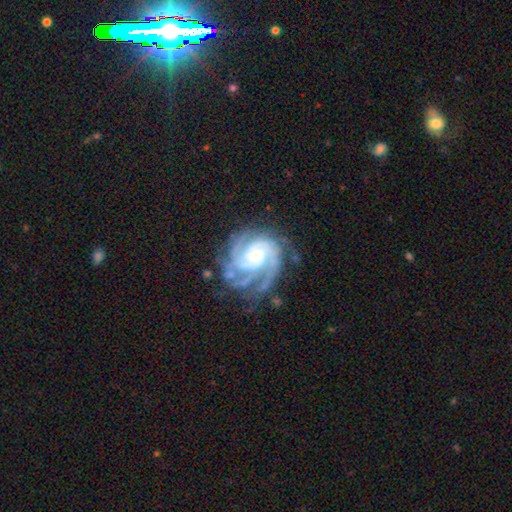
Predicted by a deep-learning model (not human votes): The model was most divided on "spiral arm count": 3: 32%, 4: 25%, can't tell: 15%, 2: 13%, more than 4: 8%, 1: 6%. More confident: spiral arms — yes (98%); edge-on disk — no (98%); smooth or featured — featured or disk (91%); spiral winding — tight (66%); bulge size — small (66%); bar — no (66%); merging — none (65%).